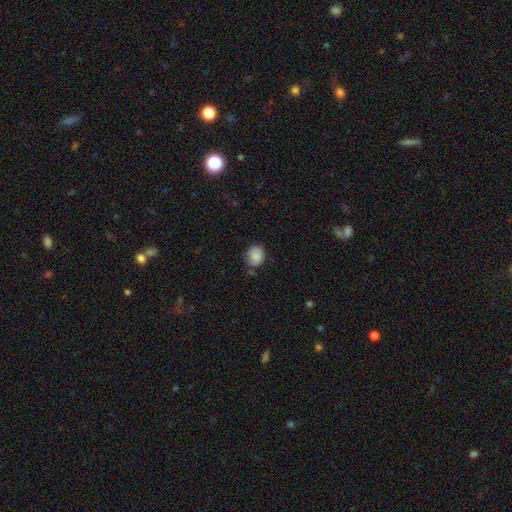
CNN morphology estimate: smooth-or-featured: smooth: 87% | star or artifact: 8% | featured or disk: 5%
  how-rounded: round: 67% | in between: 32% | cigar-shaped: 1%
  merging: none: 74% | minor disturbance: 19% | major disturbance: 4% | merger: 3%